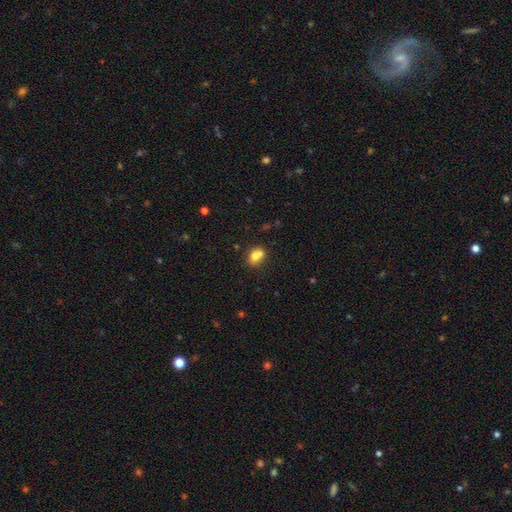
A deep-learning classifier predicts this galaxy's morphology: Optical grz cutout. It shows a smooth galaxy with no disk features (74%) that is in between round and cigar-shaped (57%). Merging: merger (43%).